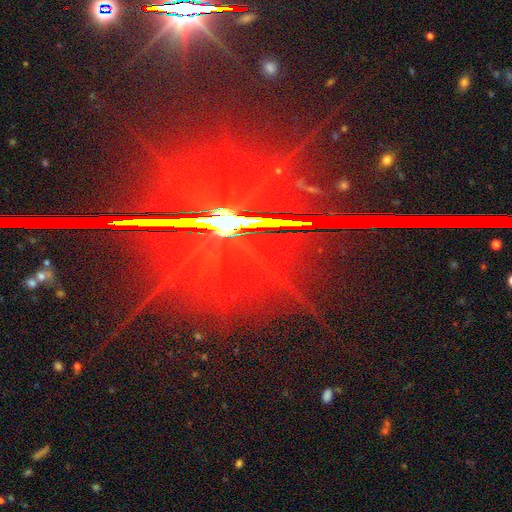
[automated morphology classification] smooth-or-featured: star or artifact: 69% | featured or disk: 25% | smooth: 7%